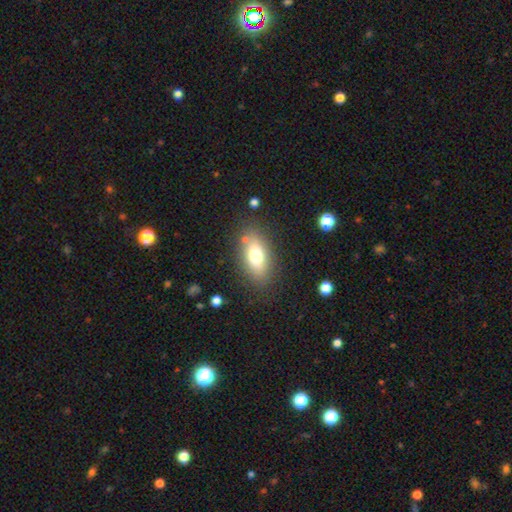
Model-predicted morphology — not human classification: The model was most divided on "smooth or featured": smooth: 72%, featured or disk: 19%, star or artifact: 9%. More confident: how rounded — in between (86%); merging — none (81%).